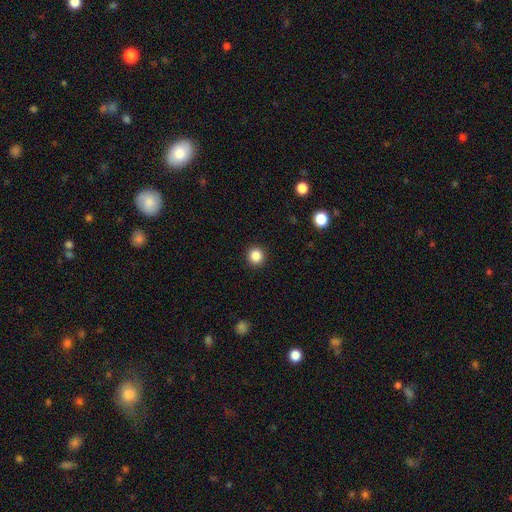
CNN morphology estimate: This is clearly a smooth galaxy (86%). How rounded: clearly round (94%). Merging: clearly none (93%).